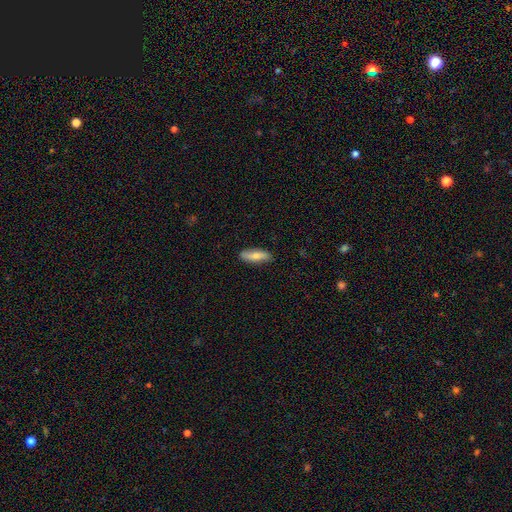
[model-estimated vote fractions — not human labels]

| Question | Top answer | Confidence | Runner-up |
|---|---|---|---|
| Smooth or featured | smooth | 65% | featured or disk (30%) |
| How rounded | in between | 51% | cigar-shaped (47%) |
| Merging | none | 86% | minor disturbance (11%) |